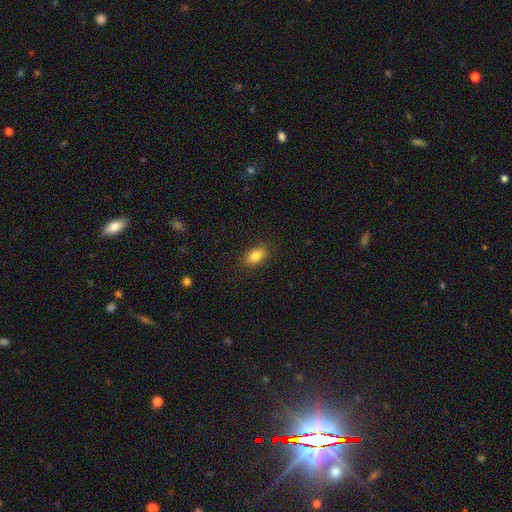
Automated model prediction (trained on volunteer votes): smooth-or-featured: smooth: 84% | star or artifact: 9% | featured or disk: 8%
  how-rounded: in between: 87% | round: 10% | cigar-shaped: 3%
  merging: none: 86% | minor disturbance: 10% | major disturbance: 3% | merger: 1%